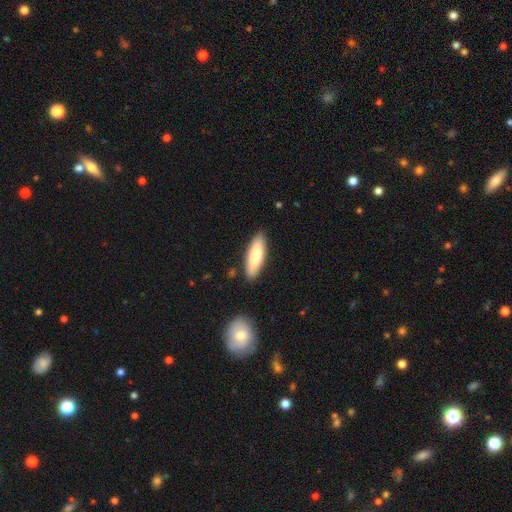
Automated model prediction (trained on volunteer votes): Smooth or featured: smooth — 81% (featured or disk — 13%)
How rounded: cigar-shaped — 50% (in between — 48%)
Merging: none — 86% (minor disturbance — 10%)